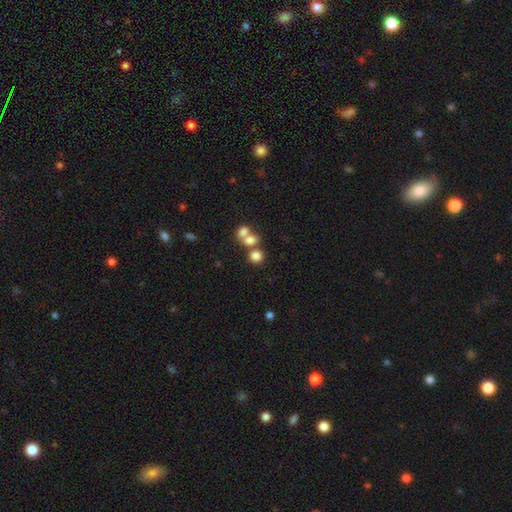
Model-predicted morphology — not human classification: Smooth or featured? Predicted: smooth (p=0.77). How rounded? Predicted: round (p=0.76). Merging? Predicted: none (p=0.45).